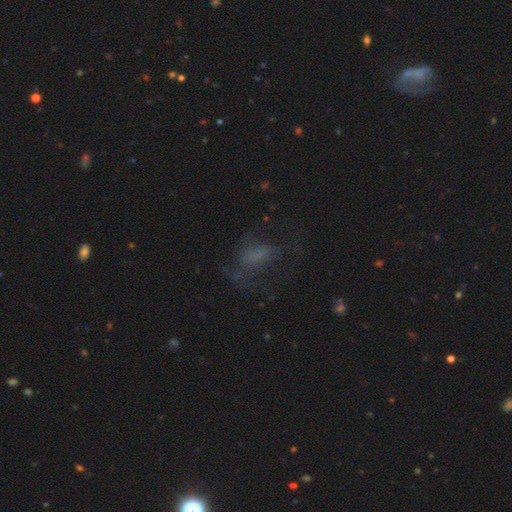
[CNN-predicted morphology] type=smooth (47%); merging=none (44%).